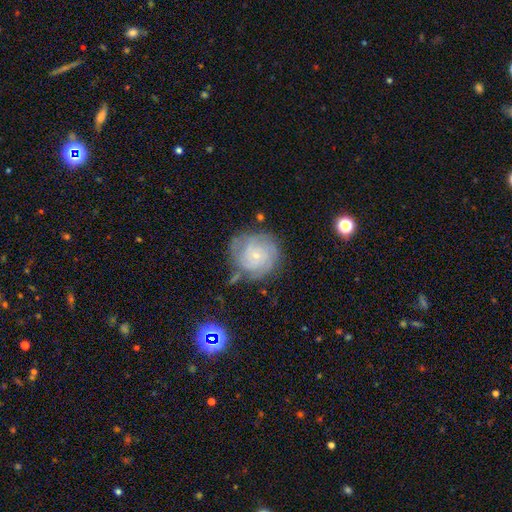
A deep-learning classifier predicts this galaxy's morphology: featured or disk 73%, smooth 19%, star or artifact 8%. Down the decision tree: edge-on disk — no (98%); bar — no (79%); spiral arms — yes (92%); spiral arm count — can't tell (35%); spiral winding — tight (72%); bulge size — small (82%); merging — none (66%).